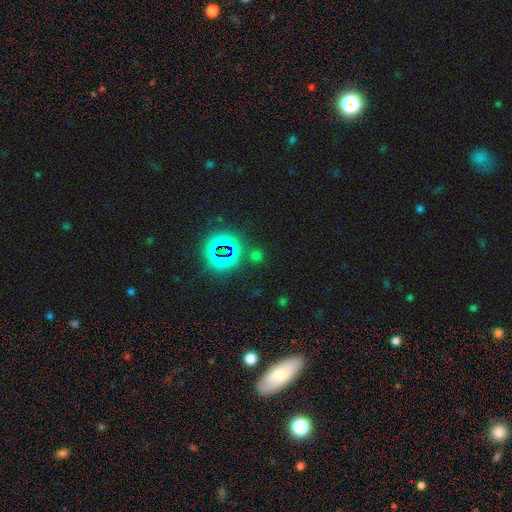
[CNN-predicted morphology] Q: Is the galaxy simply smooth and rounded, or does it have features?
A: star or artifact — 51%.